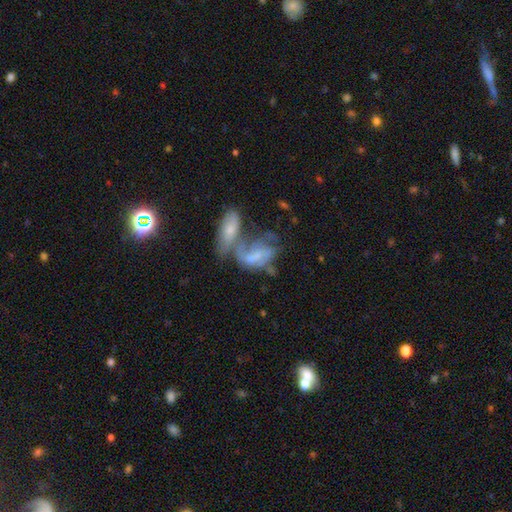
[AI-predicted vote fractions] smooth-or-featured: featured or disk: 57% | smooth: 34% | star or artifact: 9%
  disk-edge-on: no: 95% | yes: 5%
    bar: no: 60% | weak: 31% | strong: 9%
    has-spiral-arms: yes: 60% | no: 40%
    bulge-size: small: 46% | none: 25% | moderate: 24% | large: 4% | dominant: 2%
  merging: merger: 61% | major disturbance: 15% | none: 14% | minor disturbance: 10%